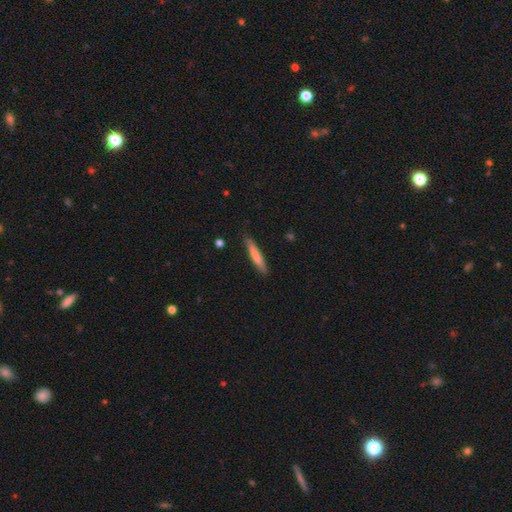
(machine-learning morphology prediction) smooth 77%, featured or disk 18%, star or artifact 5%. Down the decision tree: how rounded — cigar-shaped (93%); merging — none (86%).